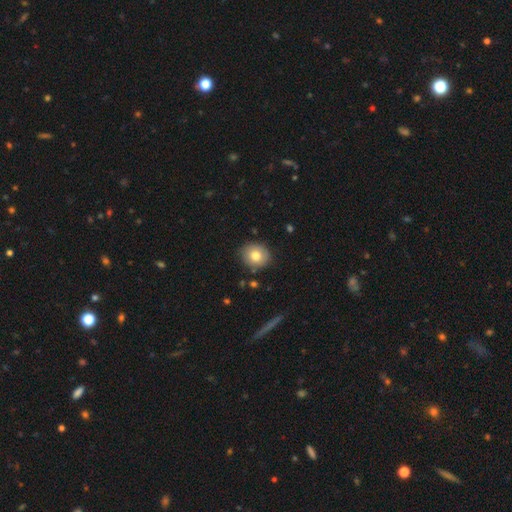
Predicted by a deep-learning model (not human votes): Smooth or featured? Predicted: smooth (p=0.77). How rounded? Predicted: round (p=0.78). Merging? Predicted: none (p=0.87).